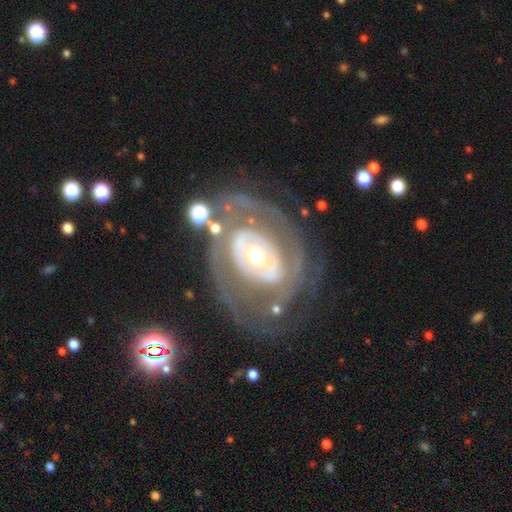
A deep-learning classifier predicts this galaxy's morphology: Q: Smooth or featured?
A: featured or disk (80%); runner-up: smooth (14%)
Q: Edge-on disk?
A: no (95%); runner-up: yes (5%)
Q: Bar?
A: no (68%); runner-up: weak (20%)
Q: Spiral arms?
A: yes (58%); runner-up: no (42%)
Q: Bulge size?
A: moderate (63%); runner-up: small (22%)
Q: Merging?
A: none (64%); runner-up: minor disturbance (17%)